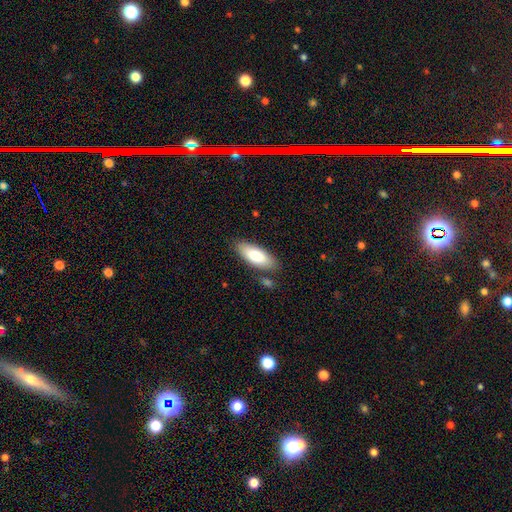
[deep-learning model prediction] smooth-or-featured: smooth: 79% | featured or disk: 15% | star or artifact: 6%
  how-rounded: in between: 75% | cigar-shaped: 23% | round: 2%
  merging: none: 80% | minor disturbance: 12% | merger: 5% | major disturbance: 3%